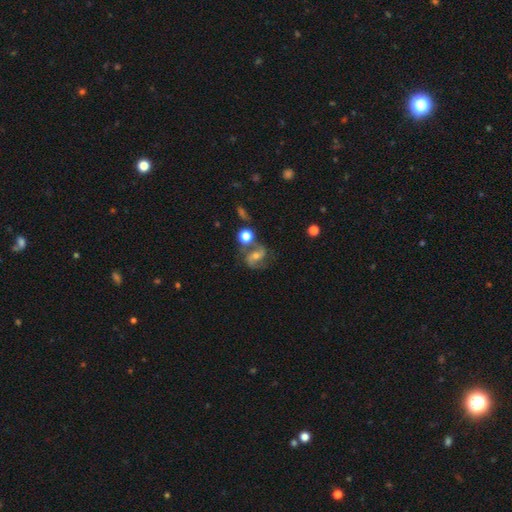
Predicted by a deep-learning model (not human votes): smooth_or_featured: featured or disk (p=0.75) [alt: smooth p=0.15]
disk_edge_on: no (p=0.97) [alt: yes p=0.03]
bar: weak (p=0.40) [alt: no p=0.31]
has_spiral_arms: yes (p=0.93) [alt: no p=0.07]
spiral_winding: medium (p=0.52) [alt: loose p=0.30]
spiral_arm_count: 2 (p=0.90) [alt: can't tell p=0.04]
bulge_size: moderate (p=0.52) [alt: small p=0.41]
merging: none (p=0.67) [alt: minor disturbance p=0.14]